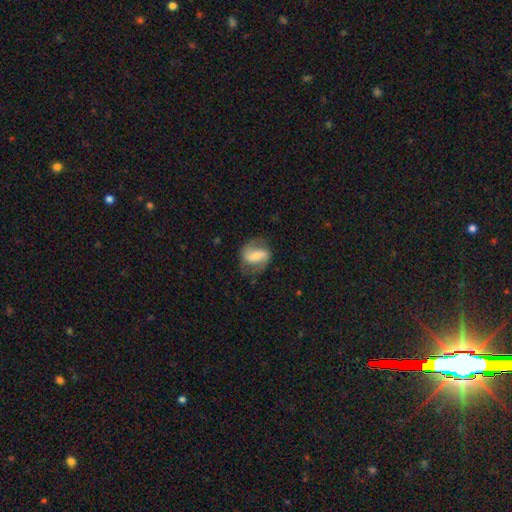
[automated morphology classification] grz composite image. It shows a featured or disk galaxy (58%) with a strong bar (47%), spiral arms (80%) and a small central bulge (44%). Merging: none (65%).